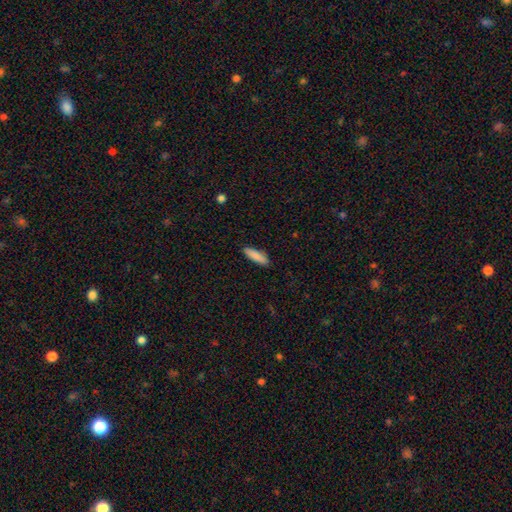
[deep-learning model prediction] A smooth galaxy with no disk features (87%) that is cigar-shaped (61%).

Vote fractions:
- Smooth or featured? smooth: 87% / featured or disk: 7% / star or artifact: 6%
- How rounded? cigar-shaped: 61% / in between: 37% / round: 2%
- Merging? none: 89% / minor disturbance: 8% / major disturbance: 2% / merger: 1%